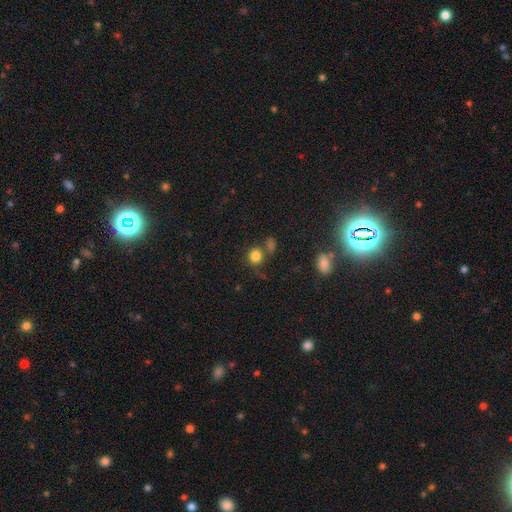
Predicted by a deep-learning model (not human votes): This is clearly a smooth galaxy (80%). How rounded: clearly round (86%). Merging: possibly none (58%).